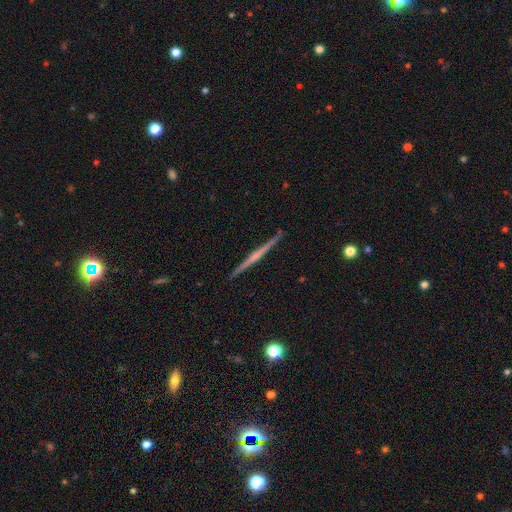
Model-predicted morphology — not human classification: Smooth or featured: featured or disk — 72% (smooth — 22%)
Edge-on disk: yes — 98% (no — 2%)
Edge-on bulge: none — 56% (rounded — 34%)
Merging: none — 92% (minor disturbance — 6%)